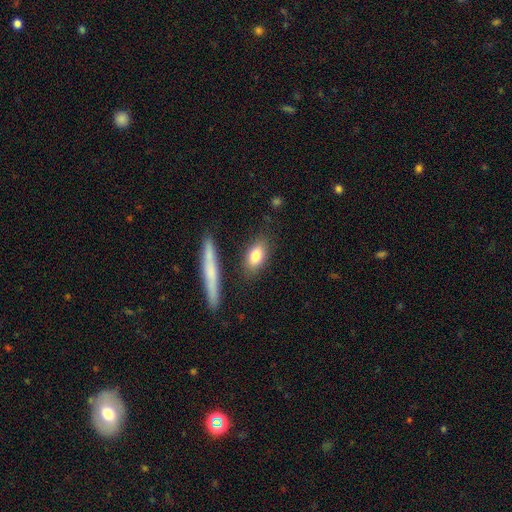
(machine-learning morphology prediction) smooth-or-featured: smooth: 79% | featured or disk: 14% | star or artifact: 7%
  how-rounded: in between: 78% | cigar-shaped: 13% | round: 9%
  merging: none: 81% | minor disturbance: 11% | merger: 4% | major disturbance: 3%